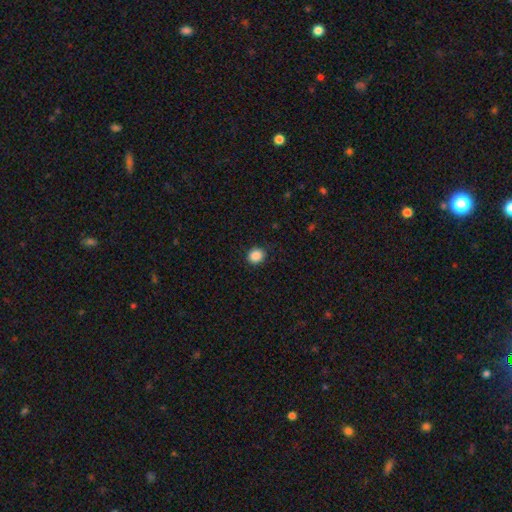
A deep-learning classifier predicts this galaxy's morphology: Overall: smooth (88%). How rounded: round (80%). Merging: none (88%).